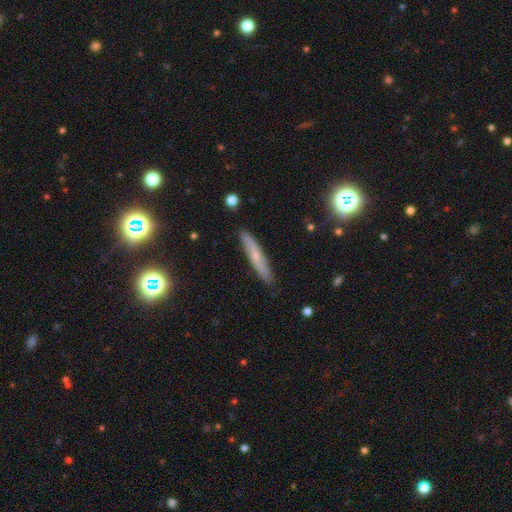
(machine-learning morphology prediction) smooth_or_featured: smooth (p=0.48) [alt: featured or disk p=0.42]
merging: none (p=0.88) [alt: minor disturbance p=0.09]